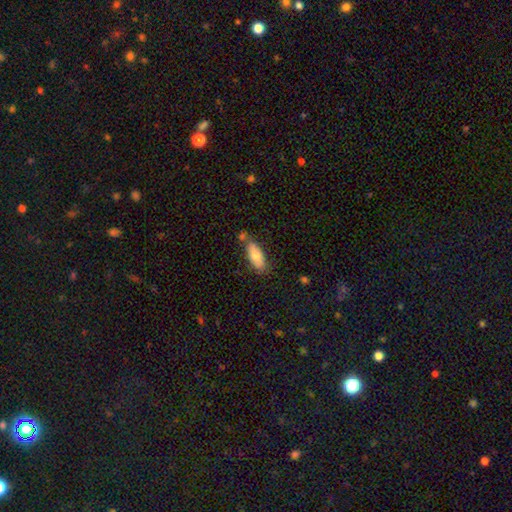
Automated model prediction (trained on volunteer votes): smooth 75%, featured or disk 18%, star or artifact 6%. Down the decision tree: how rounded — in between (75%); merging — none (65%).